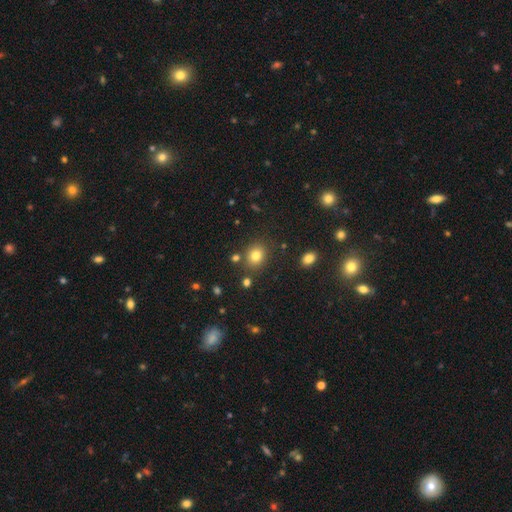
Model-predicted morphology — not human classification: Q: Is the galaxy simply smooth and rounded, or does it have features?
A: smooth — 80%.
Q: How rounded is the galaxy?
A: round — 60%.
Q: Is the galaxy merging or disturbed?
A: none — 81%.